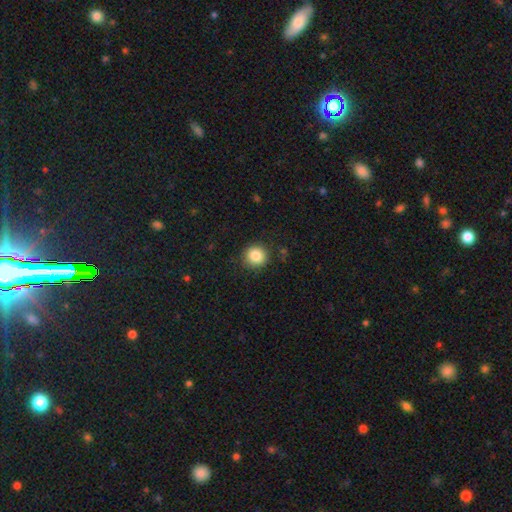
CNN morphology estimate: This appears to be a smooth galaxy with no disk features (86%) that is round (91%). Merging: none (88%).